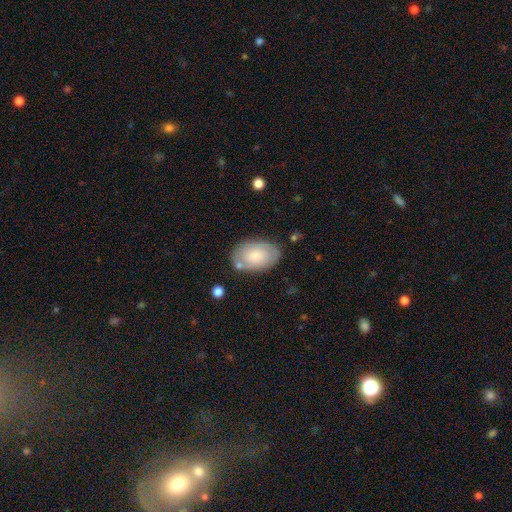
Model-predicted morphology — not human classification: Smooth or featured: smooth — 70% (featured or disk — 24%)
How rounded: in between — 90% (round — 9%)
Merging: none — 73% (minor disturbance — 17%)